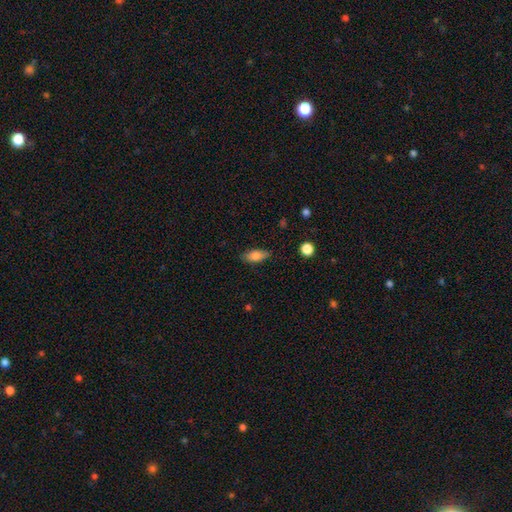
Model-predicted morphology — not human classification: This is clearly a smooth galaxy (80%). How rounded: clearly in between (83%). Merging: clearly none (82%).